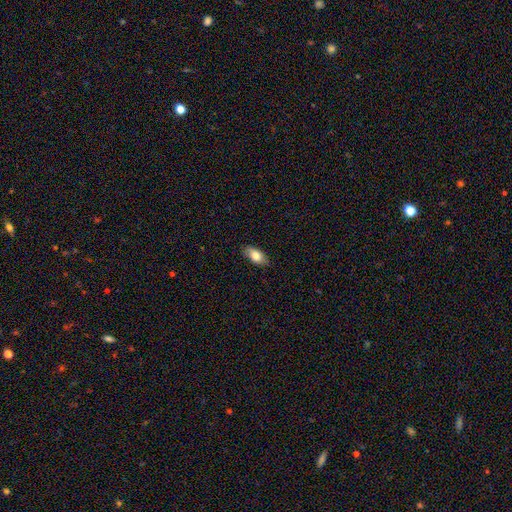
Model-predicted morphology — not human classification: Overall: smooth (80%). How rounded: in between (90%). Merging: none (85%).